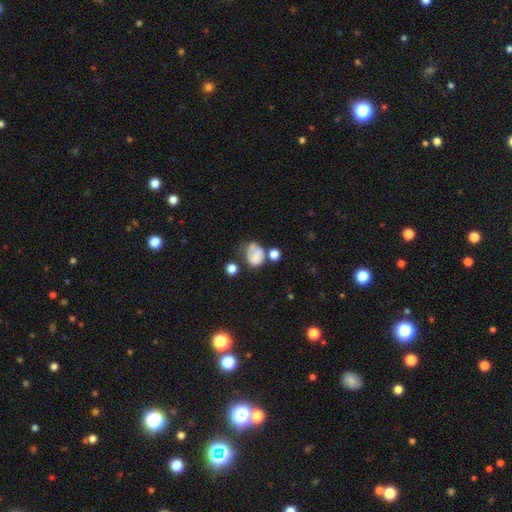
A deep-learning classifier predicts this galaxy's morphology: Overall: smooth (63%; featured or disk 24%). How rounded: in between (52%; round 47%). Merging: none (31%; minor disturbance 25%).